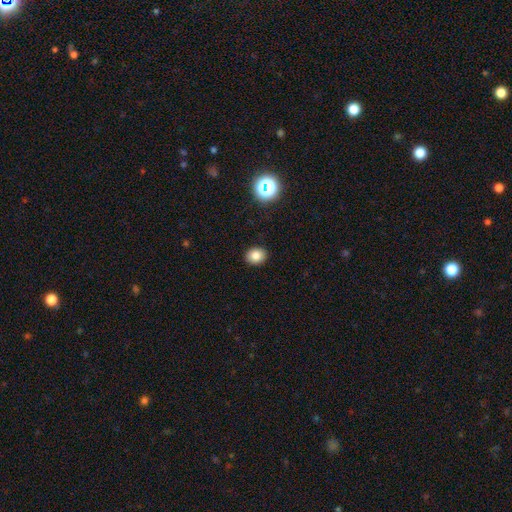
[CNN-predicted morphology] Smooth or featured? Predicted: smooth (p=0.81). How rounded? Predicted: round (p=0.55). Merging? Predicted: none (p=0.91).